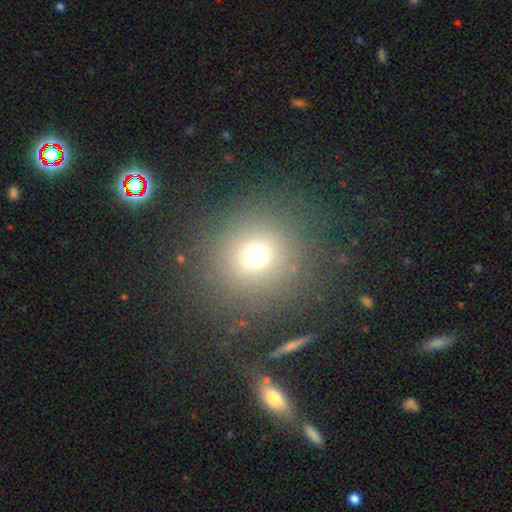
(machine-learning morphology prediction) smooth_or_featured: smooth (p=0.68) [alt: star or artifact p=0.22]
how_rounded: round (p=0.91) [alt: in between p=0.08]
merging: none (p=0.84) [alt: minor disturbance p=0.07]